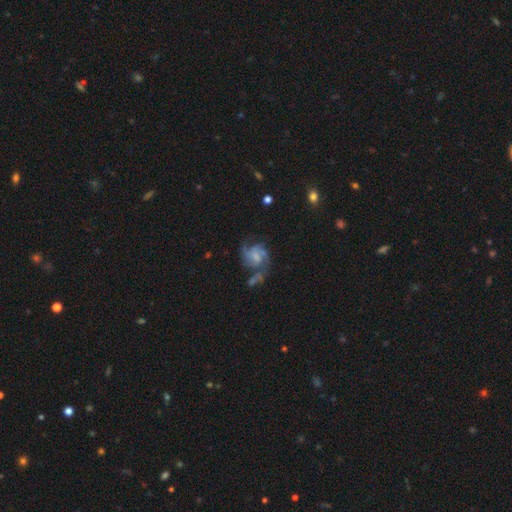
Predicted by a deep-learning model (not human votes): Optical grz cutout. It shows a featured or disk galaxy (78%) with no bar (51%), 3 (40%) medium (50%) spiral arms (93%) and a small central bulge (35%). Merging: none (48%).